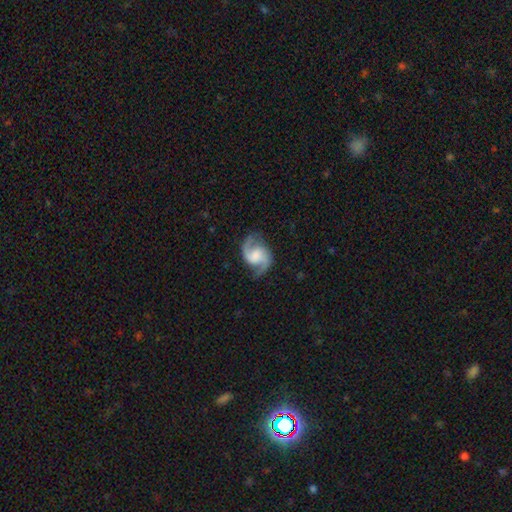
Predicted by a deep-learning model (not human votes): This appears to be a featured or disk galaxy (89%) with no bar (48%), 2 (94%) medium (55%) spiral arms (98%) and no central bulge (29%, tied with moderate). Merging: none (80%).